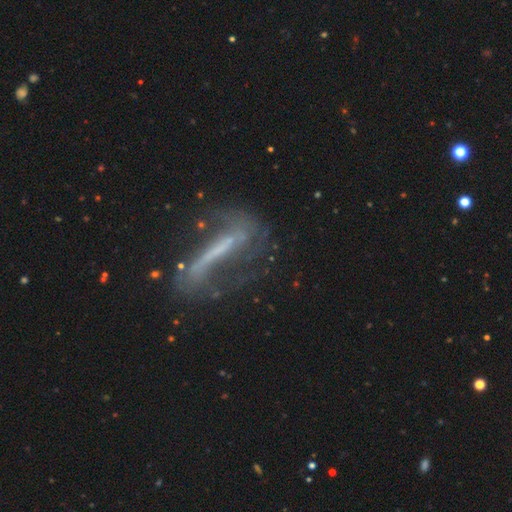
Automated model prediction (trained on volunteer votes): smooth-or-featured: featured or disk: 67% | smooth: 20% | star or artifact: 13%
  disk-edge-on: no: 62% | yes: 38%
  merging: none: 53% | minor disturbance: 22% | major disturbance: 21% | merger: 4%